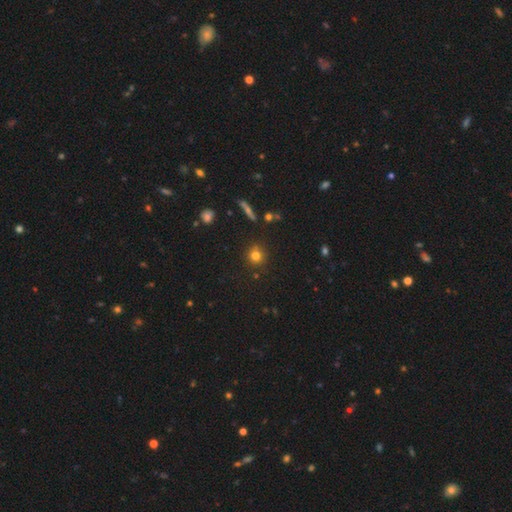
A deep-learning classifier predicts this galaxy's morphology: Smooth or featured?
  - smooth: 76% *
  - star or artifact: 16%
  - featured or disk: 8%
How rounded?
  - round: 91% *
  - in between: 7%
  - cigar-shaped: 1%
Merging?
  - none: 84% *
  - minor disturbance: 9%
  - merger: 4%
  - major disturbance: 3%